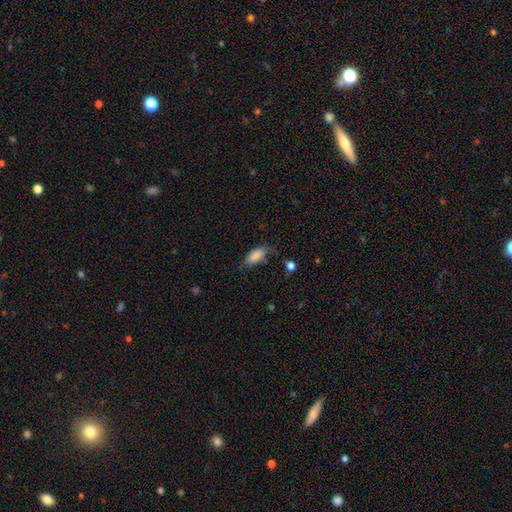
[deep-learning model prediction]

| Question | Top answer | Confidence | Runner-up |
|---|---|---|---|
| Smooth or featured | smooth | 84% | featured or disk (9%) |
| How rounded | in between | 82% | cigar-shaped (16%) |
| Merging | none | 55% | minor disturbance (30%) |